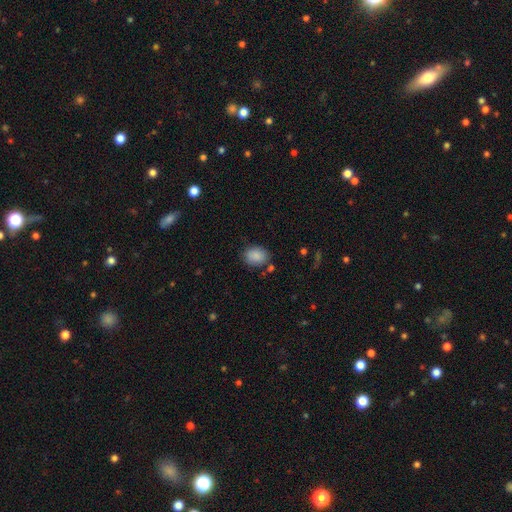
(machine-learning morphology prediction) The model was most divided on "how rounded": in between: 59%, round: 40%, cigar-shaped: 1%. More confident: smooth or featured — smooth (87%); merging — none (79%).